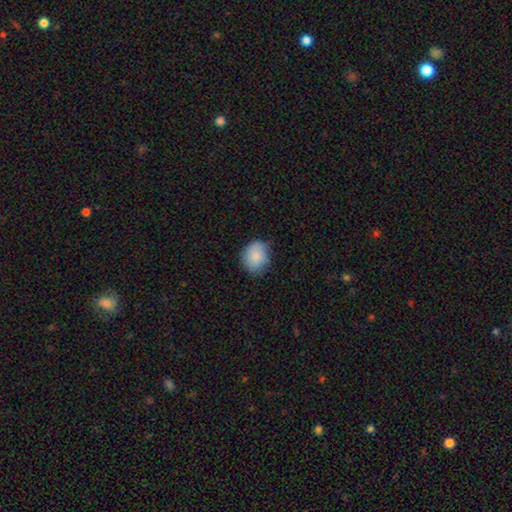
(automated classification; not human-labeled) Smooth or featured?
  - smooth: 85% *
  - star or artifact: 7%
  - featured or disk: 7%
How rounded?
  - round: 65% *
  - in between: 35%
  - cigar-shaped: 1%
Merging?
  - none: 72% *
  - minor disturbance: 22%
  - major disturbance: 4%
  - merger: 1%